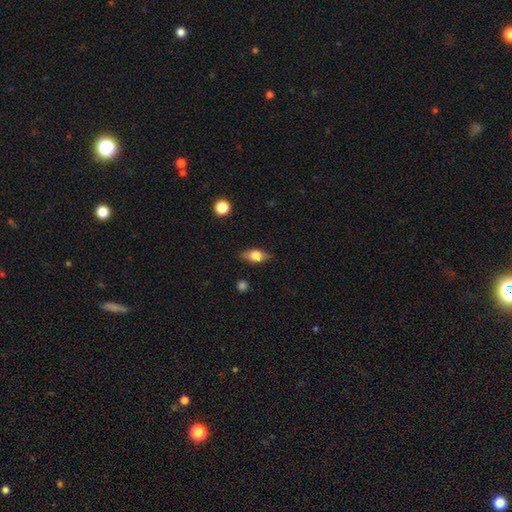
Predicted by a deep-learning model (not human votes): This appears to be a smooth galaxy with no disk features (60%) that is in between round and cigar-shaped (76%). Merging: none (81%).